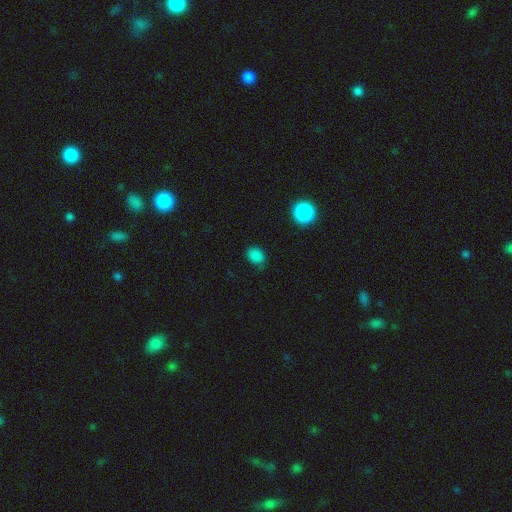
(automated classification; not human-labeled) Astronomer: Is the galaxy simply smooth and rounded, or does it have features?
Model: smooth — 82%.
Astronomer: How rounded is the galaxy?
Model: in between — 58% (runner-up: round, 41%).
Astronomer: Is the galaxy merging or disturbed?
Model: none — 73%.